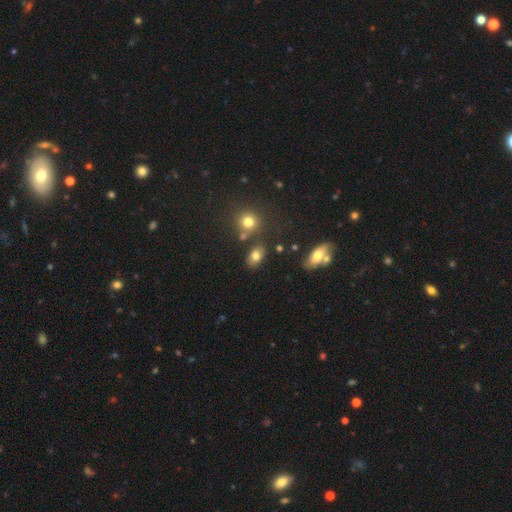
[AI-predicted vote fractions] This is likely a smooth galaxy (78%). How rounded: clearly in between (83%). Merging: likely none (74%).